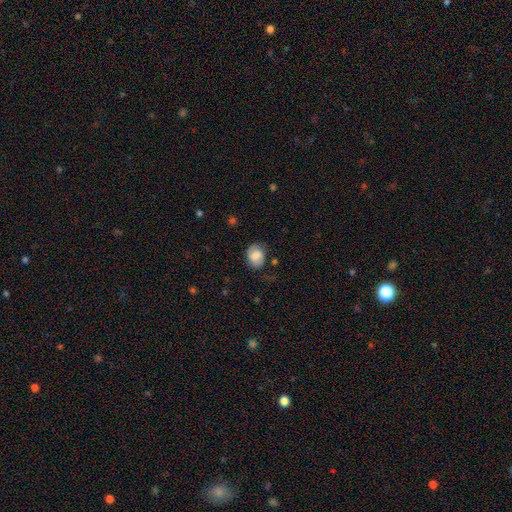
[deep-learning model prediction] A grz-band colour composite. It shows a smooth galaxy with no disk features (74%) that is in between round and cigar-shaped (58%). Merging: none (63%).